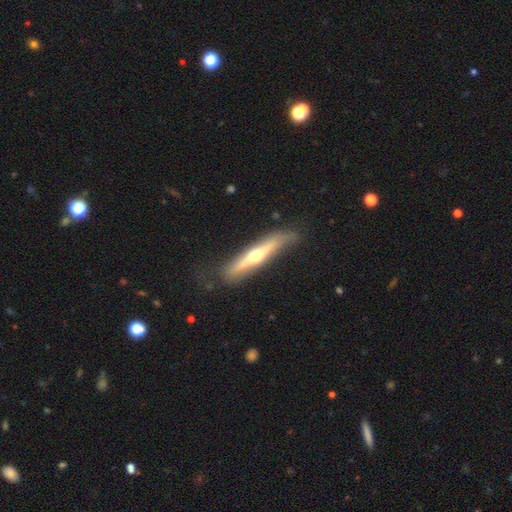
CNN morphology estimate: Q: Smooth or featured?
A: featured or disk (64%); runner-up: smooth (31%)
Q: Edge-on disk?
A: yes (92%); runner-up: no (8%)
Q: Edge-on bulge?
A: rounded (91%); runner-up: none (6%)
Q: Merging?
A: none (80%); runner-up: minor disturbance (15%)